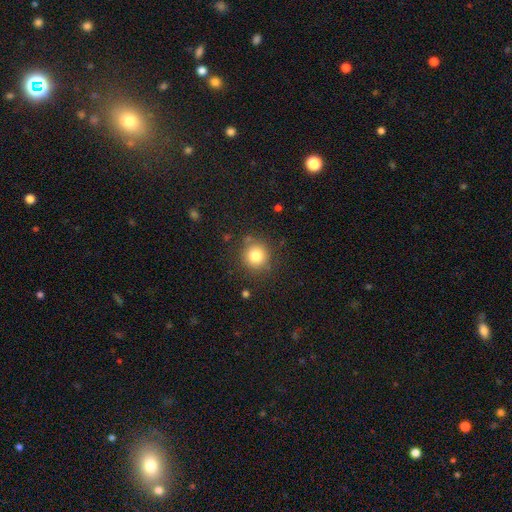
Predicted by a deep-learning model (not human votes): smooth_or_featured: smooth (p=0.80) [alt: star or artifact p=0.12]
how_rounded: round (p=0.91) [alt: in between p=0.09]
merging: none (p=0.83) [alt: minor disturbance p=0.11]